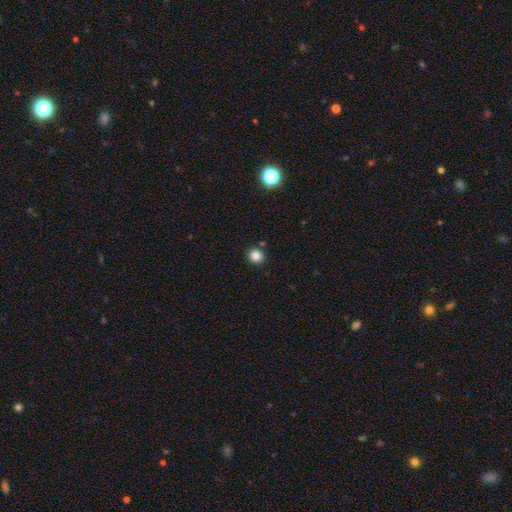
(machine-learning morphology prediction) smooth-or-featured: smooth: 84% | star or artifact: 11% | featured or disk: 4%
  how-rounded: round: 82% | in between: 17% | cigar-shaped: 1%
  merging: none: 86% | minor disturbance: 7% | merger: 5% | major disturbance: 2%